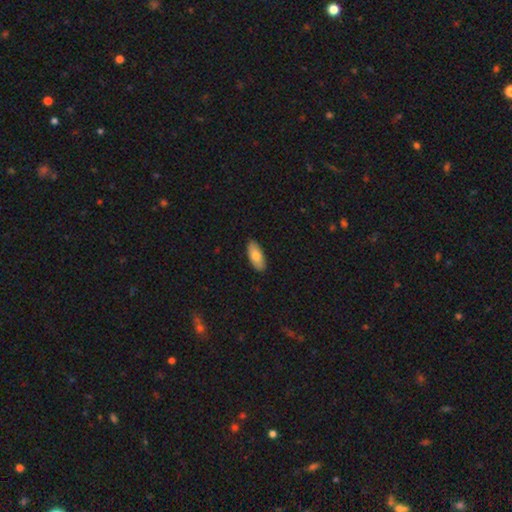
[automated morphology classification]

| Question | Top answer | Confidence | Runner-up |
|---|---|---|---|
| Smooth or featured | smooth | 77% | featured or disk (17%) |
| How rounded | in between | 86% | cigar-shaped (12%) |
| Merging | none | 89% | minor disturbance (8%) |